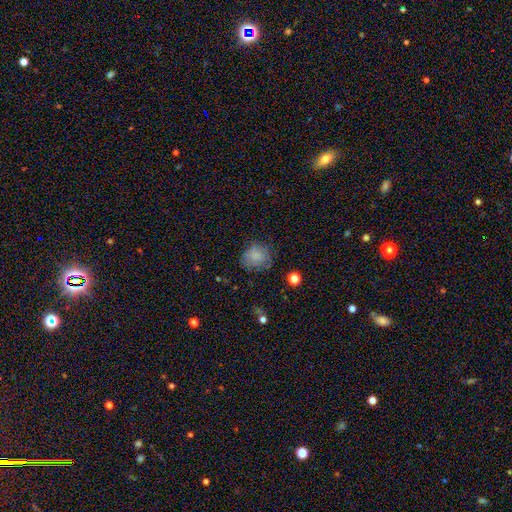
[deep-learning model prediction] smooth-or-featured: smooth: 78% | star or artifact: 11% | featured or disk: 10%
  how-rounded: round: 72% | in between: 27% | cigar-shaped: 1%
  merging: none: 69% | minor disturbance: 21% | major disturbance: 8% | merger: 2%